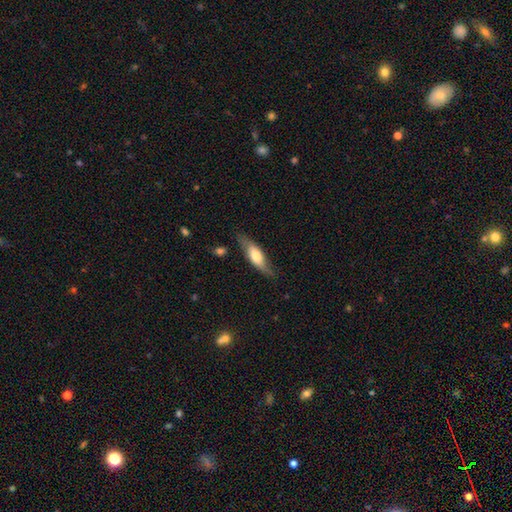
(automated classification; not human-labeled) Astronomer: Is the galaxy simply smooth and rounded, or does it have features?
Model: smooth — 56% (runner-up: featured or disk, 39%).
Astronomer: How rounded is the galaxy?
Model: in between — 51% (runner-up: cigar-shaped, 46%).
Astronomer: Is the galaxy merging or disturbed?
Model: none — 72%.